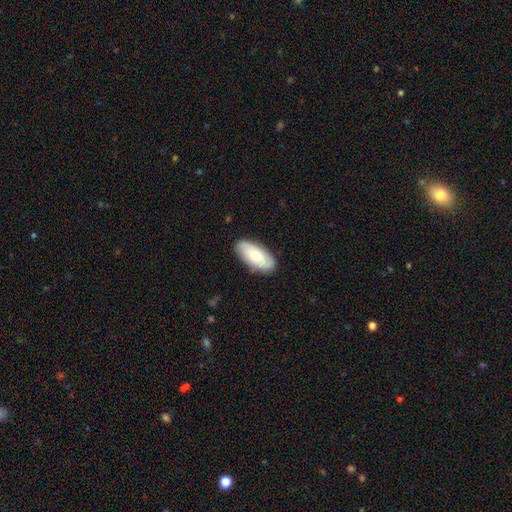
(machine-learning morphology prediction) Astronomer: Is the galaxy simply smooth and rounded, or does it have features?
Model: smooth — 69%.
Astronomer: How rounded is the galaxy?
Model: in between — 91%.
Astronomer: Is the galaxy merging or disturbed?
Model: none — 85%.